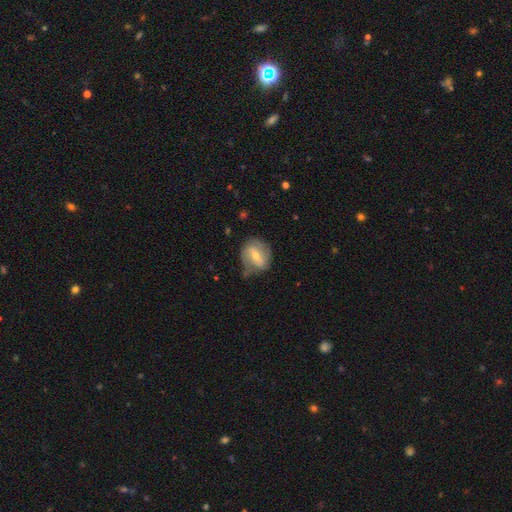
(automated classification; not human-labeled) A featured or disk galaxy (56%) with a weak bar (42%), spiral arms (65%) and a moderate central bulge (50%). Merging: none (57%).